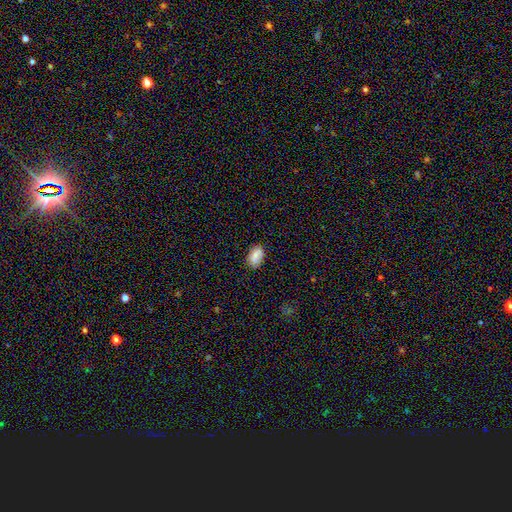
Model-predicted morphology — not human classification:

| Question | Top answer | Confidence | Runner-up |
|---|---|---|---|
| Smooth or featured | smooth | 78% | star or artifact (11%) |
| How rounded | in between | 88% | round (10%) |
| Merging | none | 79% | minor disturbance (15%) |